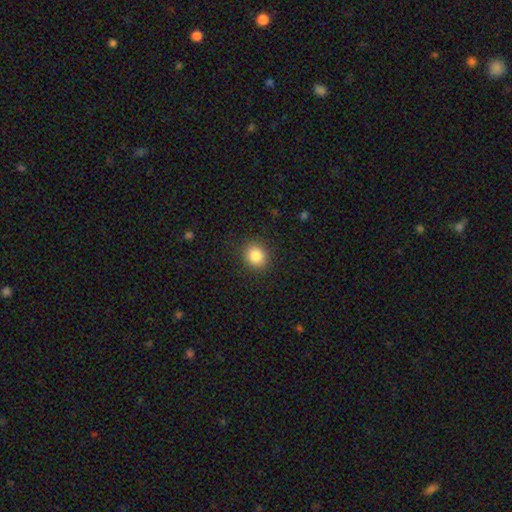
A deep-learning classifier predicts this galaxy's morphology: Smooth or featured: smooth — 85% (star or artifact — 10%)
How rounded: round — 76% (in between — 23%)
Merging: none — 88% (minor disturbance — 8%)